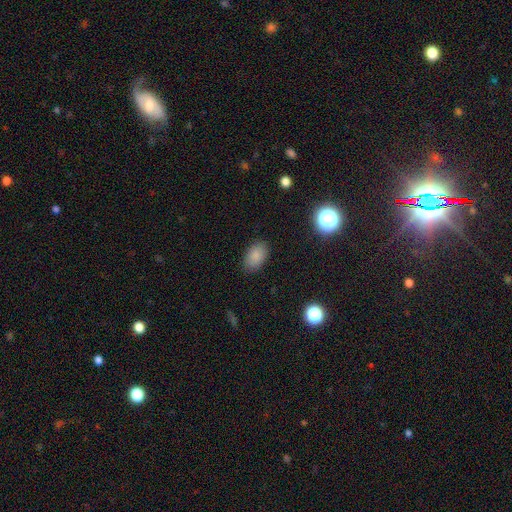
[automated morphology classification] The model was most divided on "merging": none: 85%, minor disturbance: 11%, major disturbance: 3%, merger: 1%. More confident: how rounded — in between (91%); smooth or featured — smooth (85%).